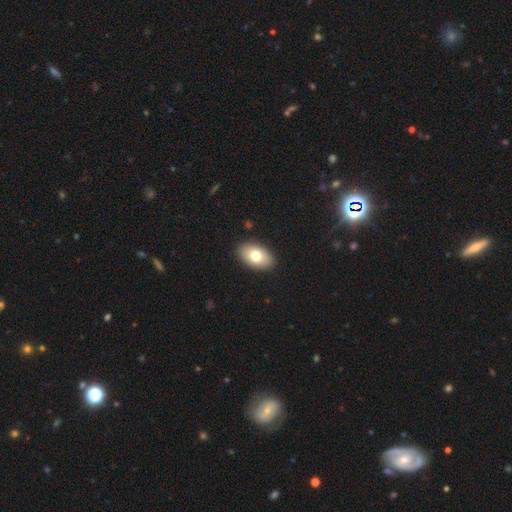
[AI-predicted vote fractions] This is likely a smooth galaxy (76%). How rounded: clearly in between (91%). Merging: clearly none (89%).